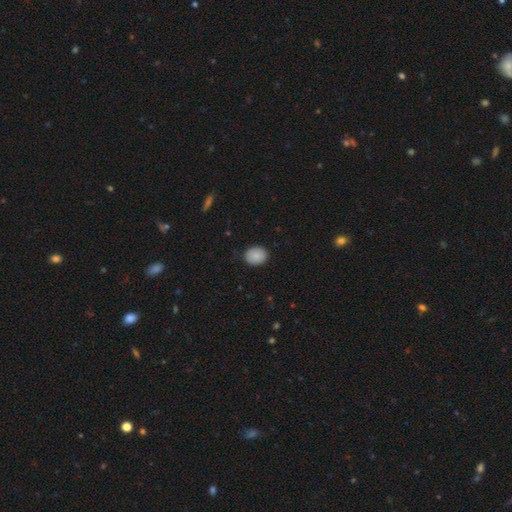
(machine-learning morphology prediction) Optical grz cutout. It shows a smooth galaxy with no disk features (88%) that is round (54%). Merging: none (86%).